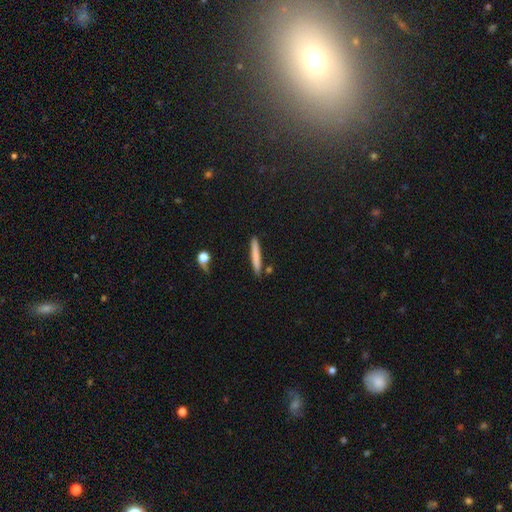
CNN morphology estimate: smooth-or-featured: smooth: 72% | featured or disk: 21% | star or artifact: 6%
  how-rounded: cigar-shaped: 95% | in between: 4% | round: 2%
  merging: none: 84% | minor disturbance: 10% | merger: 4% | major disturbance: 2%